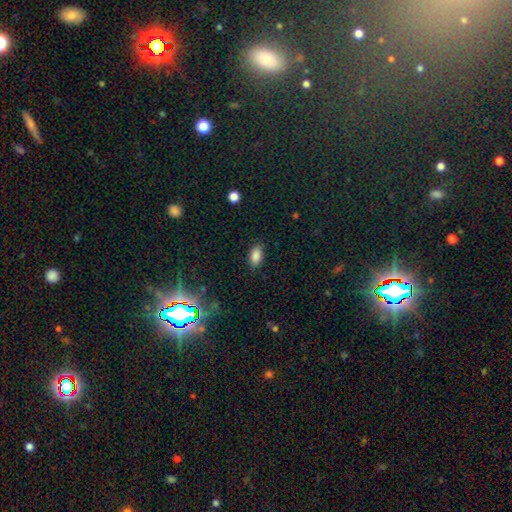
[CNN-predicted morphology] Smooth or featured? smooth (85%)
How rounded? in between (92%)
Merging? none (85%)